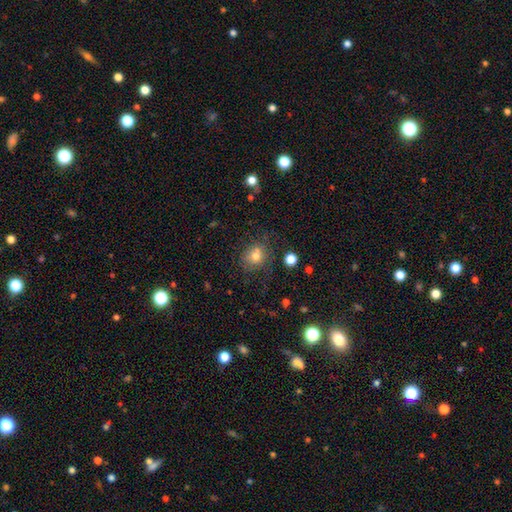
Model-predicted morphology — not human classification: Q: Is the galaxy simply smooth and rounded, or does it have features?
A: smooth — 75%.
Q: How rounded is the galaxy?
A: round — 74%.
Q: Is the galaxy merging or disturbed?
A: none — 64%.